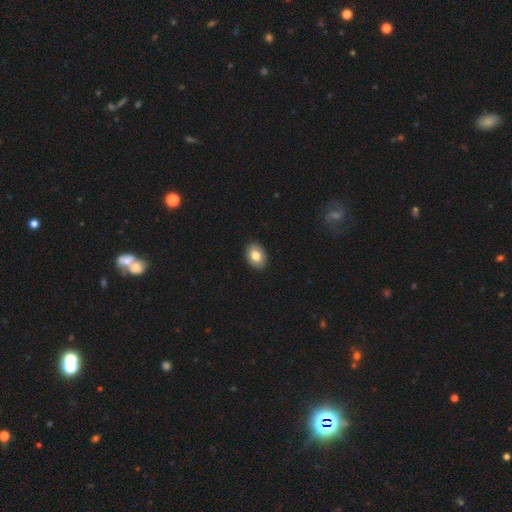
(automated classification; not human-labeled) Q: Smooth or featured?
A: smooth (81%); runner-up: featured or disk (12%)
Q: How rounded?
A: in between (75%); runner-up: round (24%)
Q: Merging?
A: none (91%); runner-up: minor disturbance (7%)